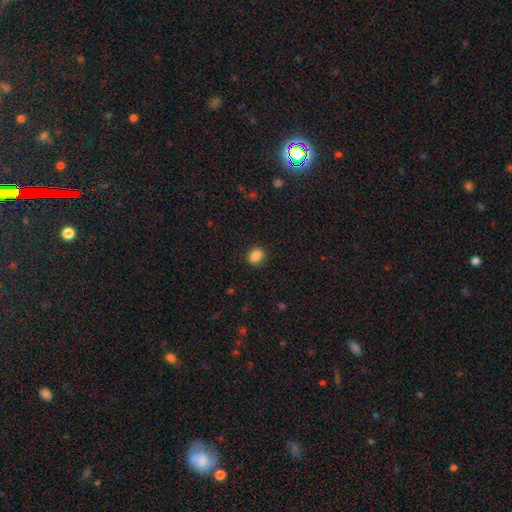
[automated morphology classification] Smooth or featured? Predicted: smooth (p=0.86). How rounded? Predicted: round (p=0.68). Merging? Predicted: none (p=0.88).